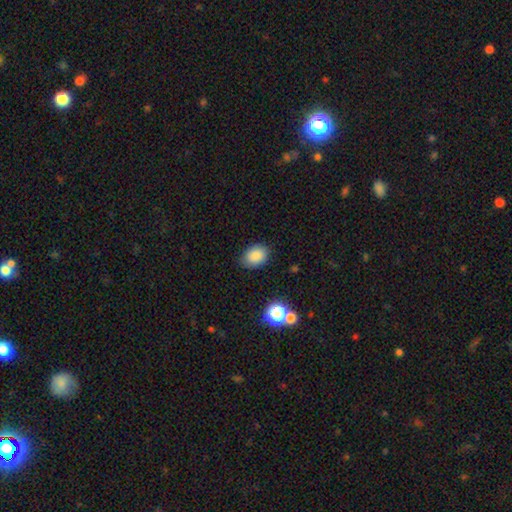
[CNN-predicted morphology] smooth-or-featured: smooth: 86% | star or artifact: 10% | featured or disk: 4%
  how-rounded: in between: 72% | round: 27% | cigar-shaped: 1%
  merging: none: 83% | minor disturbance: 13% | major disturbance: 3% | merger: 2%